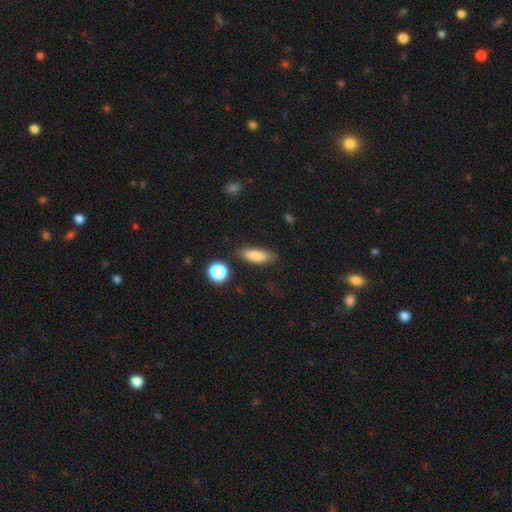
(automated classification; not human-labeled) Smooth or featured?
  - smooth: 84% *
  - star or artifact: 9%
  - featured or disk: 7%
How rounded?
  - in between: 70% *
  - cigar-shaped: 27%
  - round: 4%
Merging?
  - none: 80% *
  - minor disturbance: 14%
  - major disturbance: 4%
  - merger: 3%